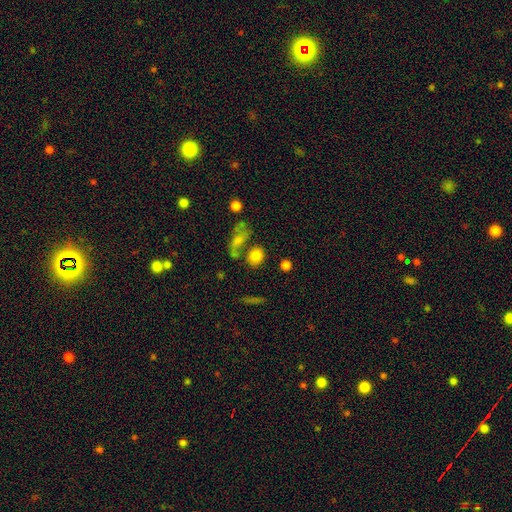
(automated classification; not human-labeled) A smooth galaxy with no disk features (79%) that is round (63%). Merging: none (60%).